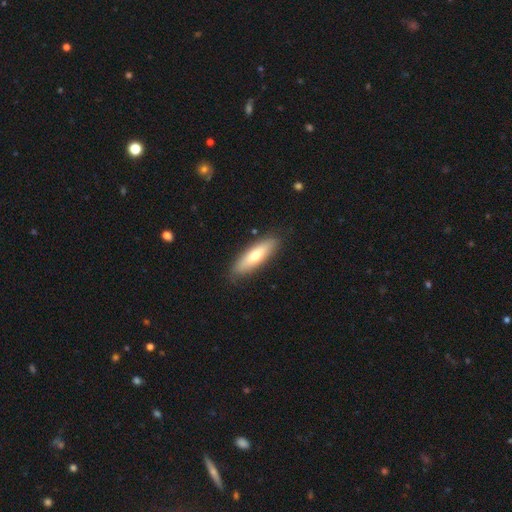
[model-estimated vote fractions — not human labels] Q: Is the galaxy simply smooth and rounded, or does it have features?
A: smooth — 64%.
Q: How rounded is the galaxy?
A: cigar-shaped — 56%.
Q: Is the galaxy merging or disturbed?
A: none — 87%.